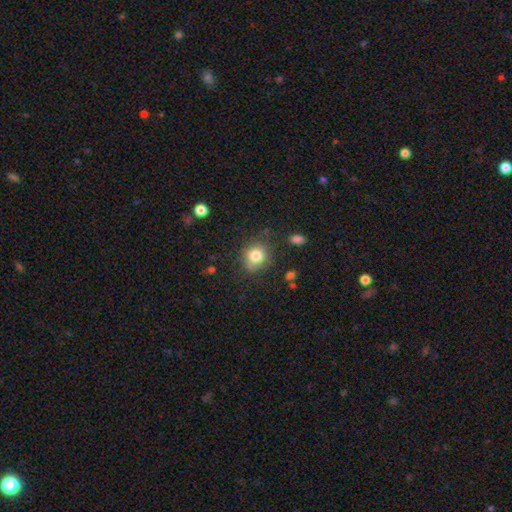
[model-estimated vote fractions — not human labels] smooth 80%, star or artifact 11%, featured or disk 9%. Down the decision tree: how rounded — round (74%); merging — none (72%).